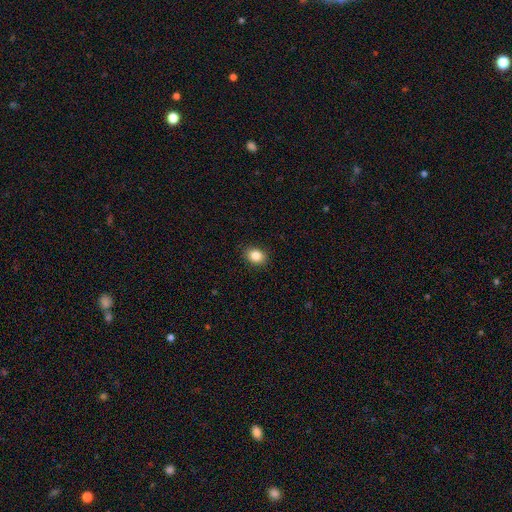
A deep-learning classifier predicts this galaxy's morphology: smooth-or-featured: smooth: 86% | star or artifact: 9% | featured or disk: 5%
  how-rounded: in between: 62% | round: 37% | cigar-shaped: 1%
  merging: none: 89% | minor disturbance: 8% | major disturbance: 2% | merger: 1%